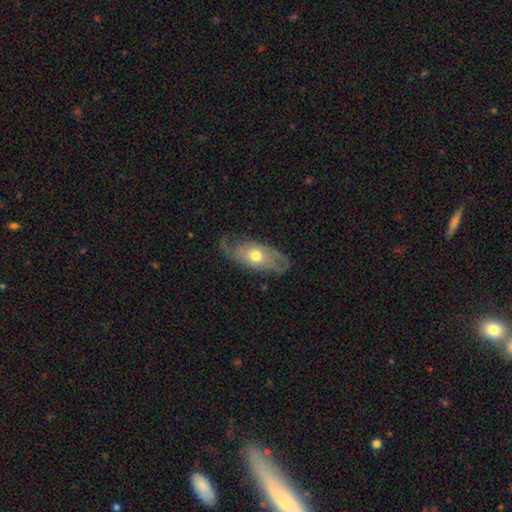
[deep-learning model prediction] A featured or disk galaxy (65%) with no bar (81%), spiral arms (78%) and a moderate central bulge (68%). Merging: none (62%).